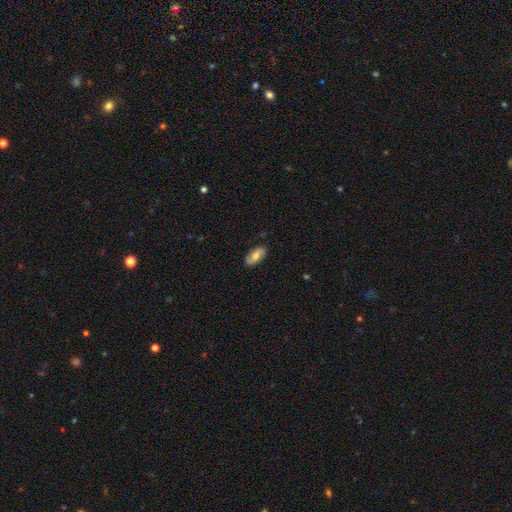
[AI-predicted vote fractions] Smooth or featured? Predicted: smooth (p=0.51). How rounded? Predicted: in between (p=0.91). Merging? Predicted: none (p=0.85).